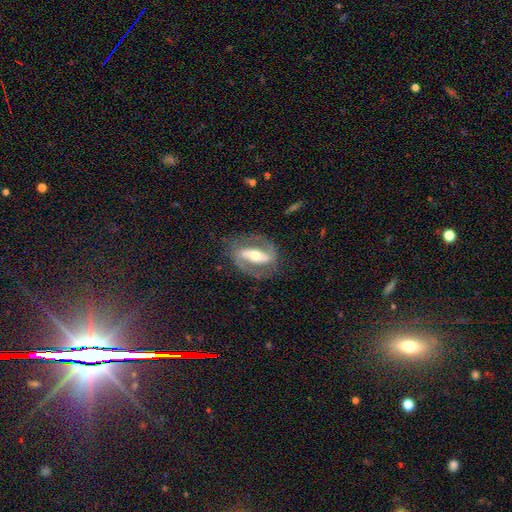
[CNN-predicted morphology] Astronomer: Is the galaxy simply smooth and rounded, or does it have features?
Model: featured or disk — 82%.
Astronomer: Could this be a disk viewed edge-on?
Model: no — 91%.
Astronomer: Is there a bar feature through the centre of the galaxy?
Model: strong — 66%.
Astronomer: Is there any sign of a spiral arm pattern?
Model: yes — 83%.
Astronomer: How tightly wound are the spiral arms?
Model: medium — 49% (runner-up: tight, 30%).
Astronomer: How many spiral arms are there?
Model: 2 — 87%.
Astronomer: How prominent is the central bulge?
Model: moderate — 61%.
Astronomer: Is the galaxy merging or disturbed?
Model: none — 77%.